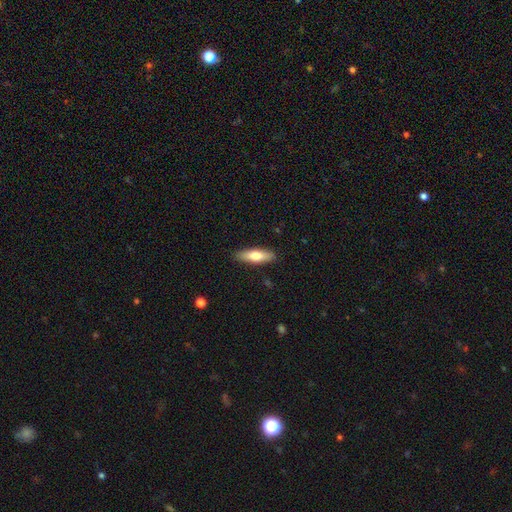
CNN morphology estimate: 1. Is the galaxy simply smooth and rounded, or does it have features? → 69% smooth, 25% featured or disk, 6% star or artifact.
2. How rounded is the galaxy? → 57% cigar-shaped, 41% in between, 2% round.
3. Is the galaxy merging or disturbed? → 88% none, 9% minor disturbance, 2% major disturbance, 1% merger.